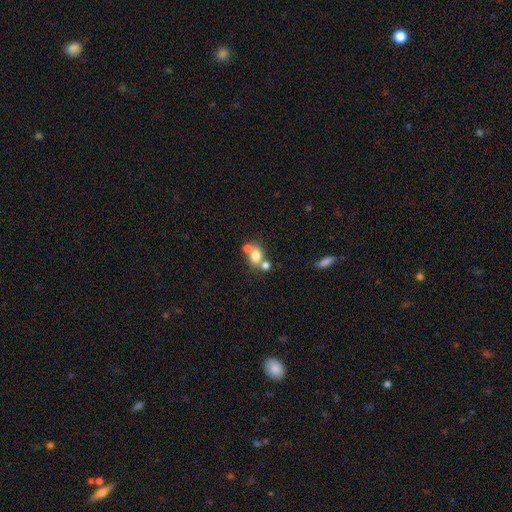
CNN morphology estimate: The model was most divided on "merging": merger: 46%, none: 39%, minor disturbance: 10%, major disturbance: 5%. More confident: smooth or featured — smooth (74%); how rounded — in between (60%).